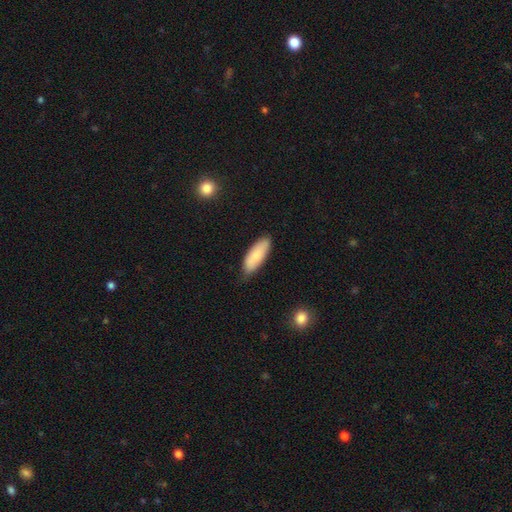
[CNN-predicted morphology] Q: Smooth or featured?
A: smooth (81%); runner-up: featured or disk (13%)
Q: How rounded?
A: in between (73%); runner-up: cigar-shaped (25%)
Q: Merging?
A: none (78%); runner-up: minor disturbance (18%)